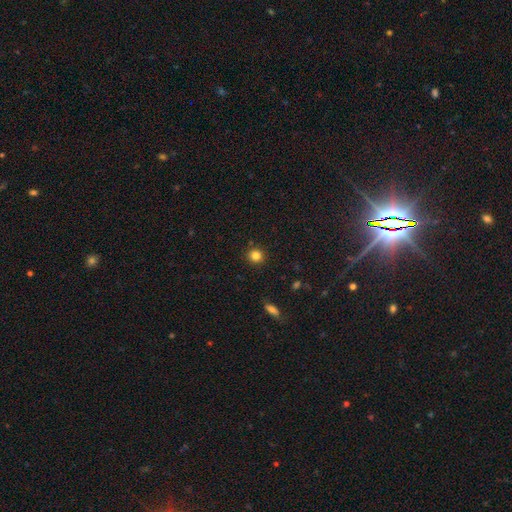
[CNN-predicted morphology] Smooth or featured?
  - smooth: 83% *
  - star or artifact: 12%
  - featured or disk: 5%
How rounded?
  - round: 92% *
  - in between: 7%
  - cigar-shaped: 1%
Merging?
  - none: 91% *
  - minor disturbance: 6%
  - major disturbance: 2%
  - merger: 1%